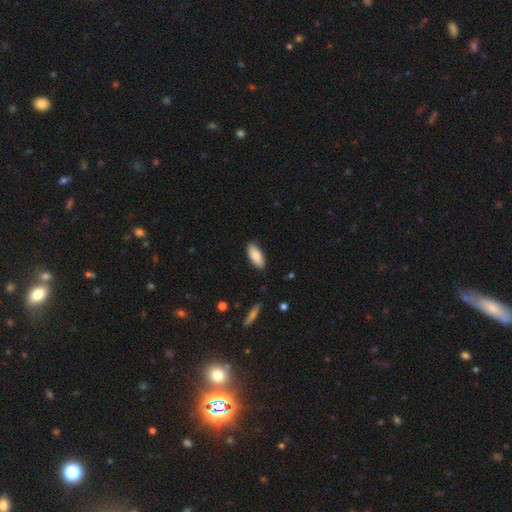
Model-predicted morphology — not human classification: Smooth or featured?
  - smooth: 86% *
  - featured or disk: 8%
  - star or artifact: 6%
How rounded?
  - in between: 81% *
  - cigar-shaped: 18%
  - round: 2%
Merging?
  - none: 87% *
  - minor disturbance: 10%
  - major disturbance: 2%
  - merger: 1%